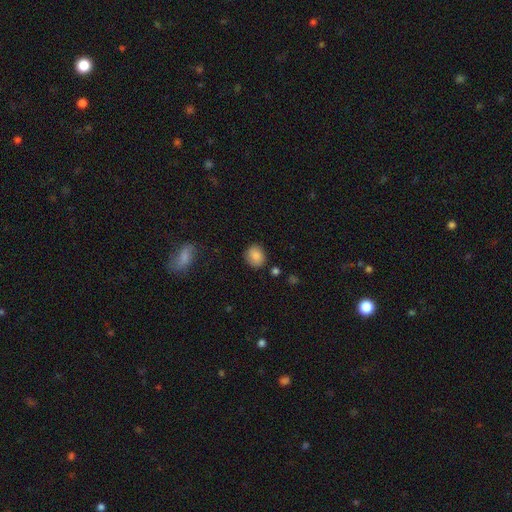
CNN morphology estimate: Smooth or featured: smooth — 87% (star or artifact — 8%)
How rounded: round — 62% (in between — 37%)
Merging: none — 83% (minor disturbance — 12%)